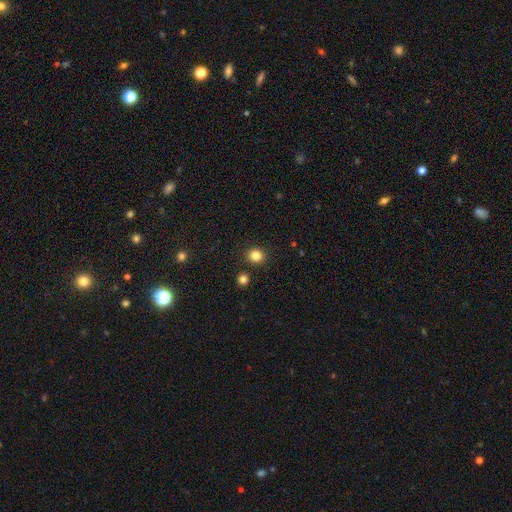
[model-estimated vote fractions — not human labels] Smooth or featured: smooth — 83% (star or artifact — 12%)
How rounded: round — 86% (in between — 13%)
Merging: none — 89% (minor disturbance — 6%)